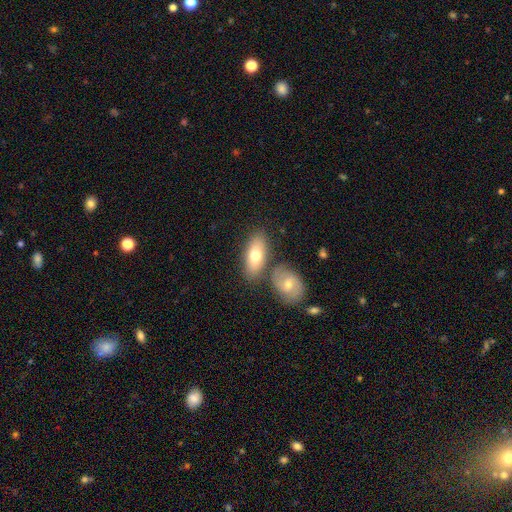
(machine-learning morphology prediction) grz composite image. It shows a smooth galaxy with no disk features (70%) that is in between round and cigar-shaped (87%). Merging: none (65%).